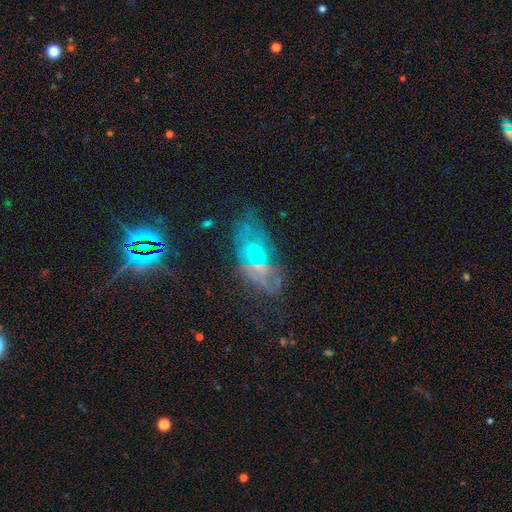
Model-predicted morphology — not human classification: Smooth or featured? Predicted: featured or disk (p=0.49). Merging? Predicted: none (p=0.50).